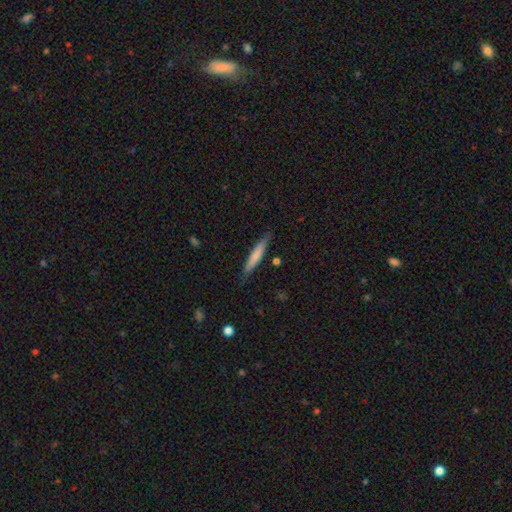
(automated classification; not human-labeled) A smooth galaxy with no disk features (70%) that is cigar-shaped (92%).

Vote fractions:
- Smooth or featured? smooth: 70% / featured or disk: 24% / star or artifact: 6%
- How rounded? cigar-shaped: 92% / in between: 7% / round: 1%
- Merging? none: 83% / minor disturbance: 13% / major disturbance: 2% / merger: 2%